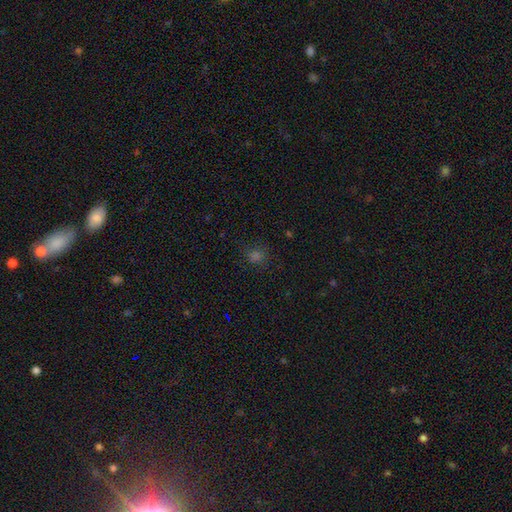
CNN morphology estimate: smooth_or_featured: smooth (p=0.67) [alt: star or artifact p=0.28]
how_rounded: round (p=0.79) [alt: in between p=0.20]
merging: none (p=0.83) [alt: minor disturbance p=0.11]